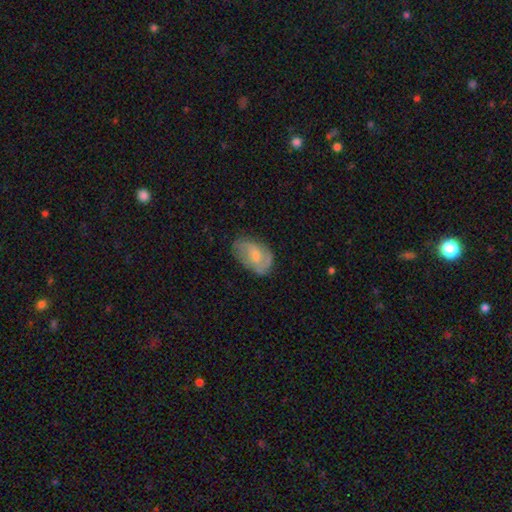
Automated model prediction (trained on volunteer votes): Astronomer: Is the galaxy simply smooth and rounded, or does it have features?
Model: featured or disk — 50% (runner-up: smooth, 43%).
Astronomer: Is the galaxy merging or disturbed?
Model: none — 60%.